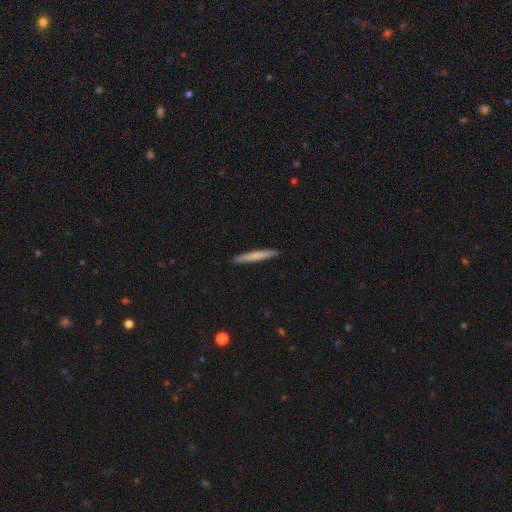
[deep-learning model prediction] smooth-or-featured: smooth: 69% | featured or disk: 25% | star or artifact: 5%
  how-rounded: cigar-shaped: 96% | in between: 3% | round: 1%
  merging: none: 92% | minor disturbance: 5% | major disturbance: 1% | merger: 1%